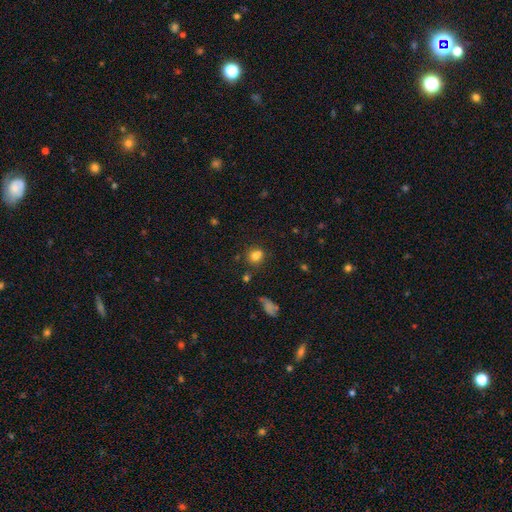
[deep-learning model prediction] The model was most divided on "how rounded": round: 65%, in between: 34%, cigar-shaped: 1%. More confident: smooth or featured — smooth (76%); merging — none (62%).